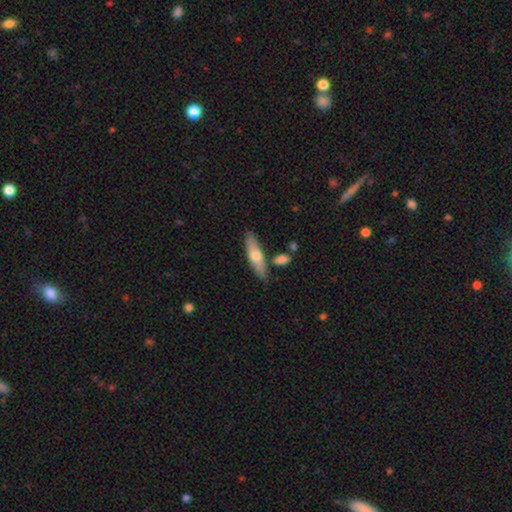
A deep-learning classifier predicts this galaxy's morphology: The model was most divided on "smooth or featured": smooth: 57%, featured or disk: 38%, star or artifact: 5%. More confident: merging — none (78%); how rounded — cigar-shaped (64%).